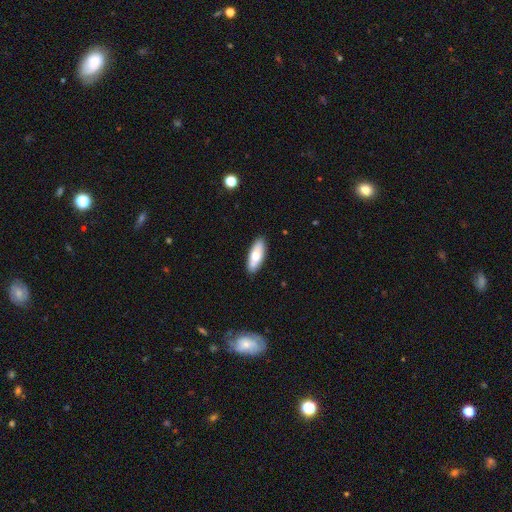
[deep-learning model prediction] smooth_or_featured: smooth (p=0.73) [alt: featured or disk p=0.21]
how_rounded: in between (p=0.70) [alt: cigar-shaped p=0.28]
merging: none (p=0.86) [alt: minor disturbance p=0.11]